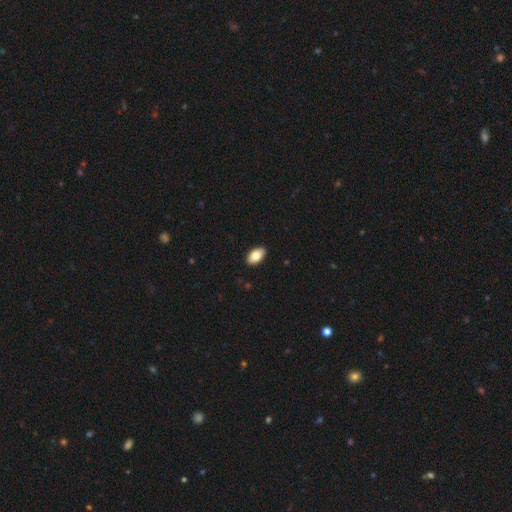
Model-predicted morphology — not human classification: smooth-or-featured: smooth: 81% | featured or disk: 12% | star or artifact: 7%
  how-rounded: in between: 94% | round: 4% | cigar-shaped: 2%
  merging: none: 90% | minor disturbance: 7% | major disturbance: 2% | merger: 1%